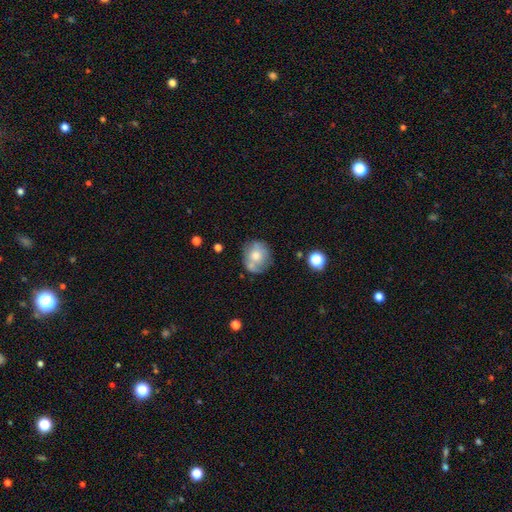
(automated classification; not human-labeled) Q: Smooth or featured?
A: smooth (57%); runner-up: featured or disk (33%)
Q: How rounded?
A: round (81%); runner-up: in between (18%)
Q: Merging?
A: none (62%); runner-up: minor disturbance (22%)